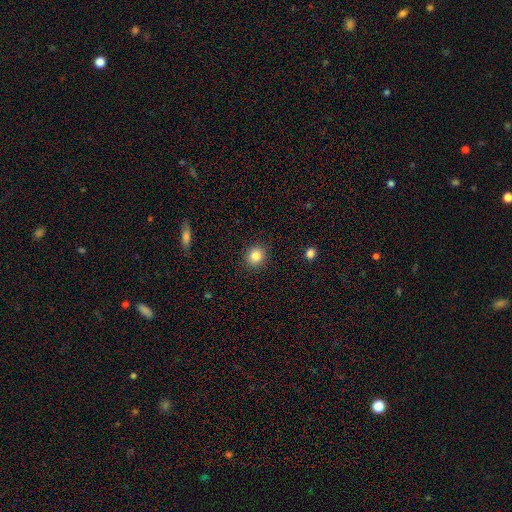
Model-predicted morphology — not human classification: Smooth or featured?
  - smooth: 84% *
  - star or artifact: 10%
  - featured or disk: 6%
How rounded?
  - round: 83% *
  - in between: 16%
  - cigar-shaped: 1%
Merging?
  - none: 91% *
  - minor disturbance: 6%
  - major disturbance: 2%
  - merger: 1%